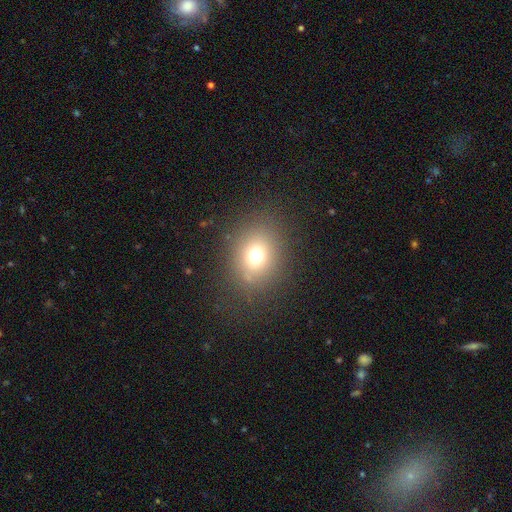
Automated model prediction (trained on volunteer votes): Smooth or featured: smooth — 69% (star or artifact — 20%)
How rounded: round — 63% (in between — 36%)
Merging: none — 82% (minor disturbance — 10%)